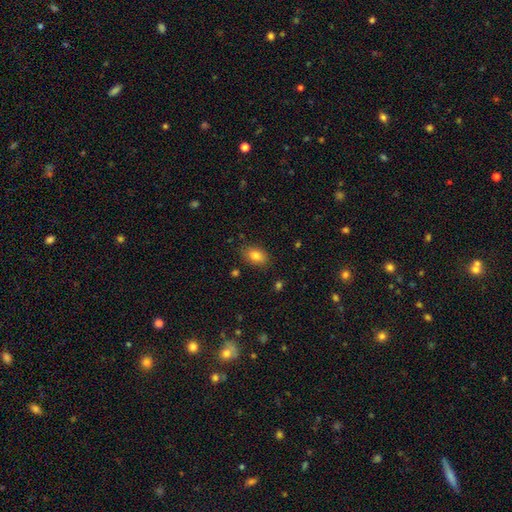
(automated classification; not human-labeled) Smooth or featured? Predicted: smooth (p=0.83). How rounded? Predicted: in between (p=0.85). Merging? Predicted: none (p=0.84).